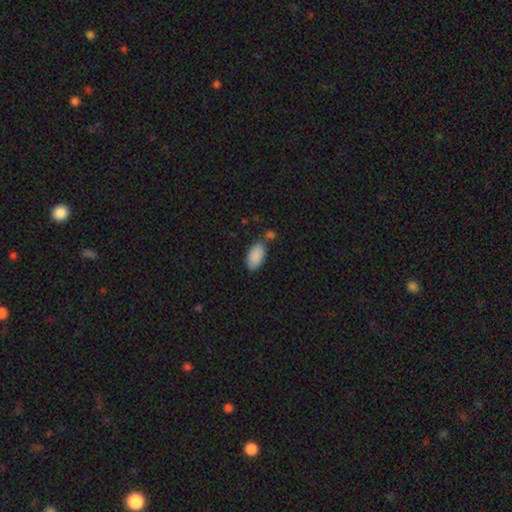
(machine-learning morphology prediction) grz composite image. It shows a smooth galaxy with no disk features (90%) that is in between round and cigar-shaped (95%). Merging: none (69%).